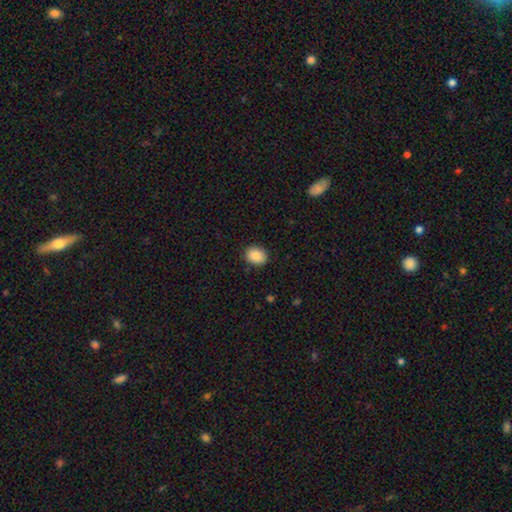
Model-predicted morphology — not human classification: type=smooth (88%); roundness=round (52%); merging=none (89%).